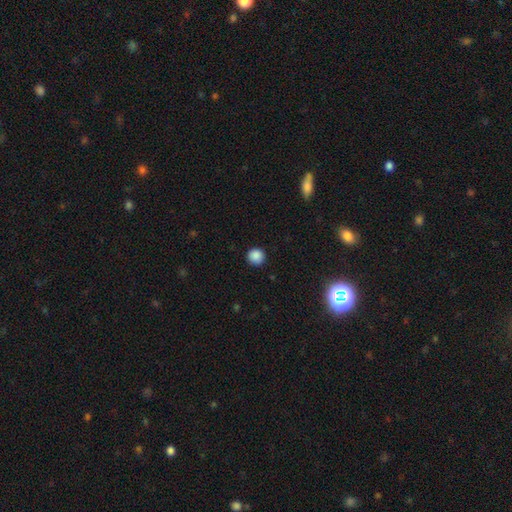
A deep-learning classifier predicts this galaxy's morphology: smooth_or_featured: smooth (p=0.87) [alt: star or artifact p=0.10]
how_rounded: round (p=0.94) [alt: in between p=0.05]
merging: none (p=0.91) [alt: minor disturbance p=0.06]